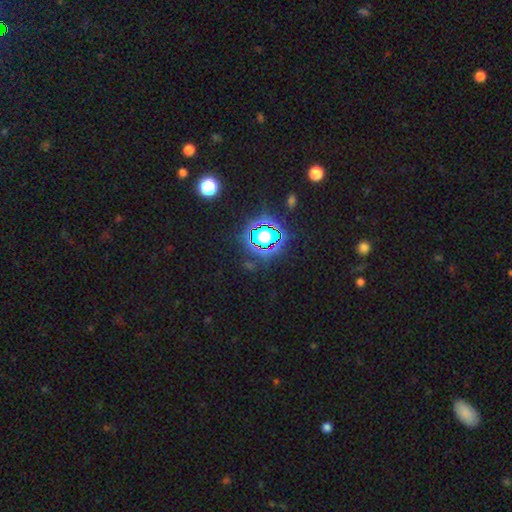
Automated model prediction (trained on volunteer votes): A star or artifact, not a galaxy (82%).

Vote fractions:
- Smooth or featured? star or artifact: 82% / smooth: 11% / featured or disk: 7%